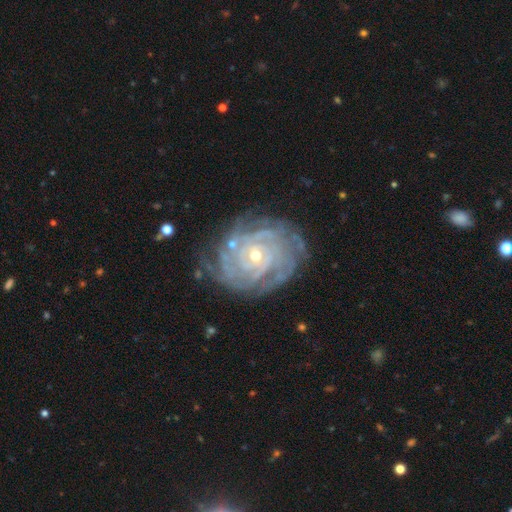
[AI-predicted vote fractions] Q: Smooth or featured?
A: featured or disk (89%); runner-up: star or artifact (5%)
Q: Edge-on disk?
A: no (97%); runner-up: yes (3%)
Q: Bar?
A: no (74%); runner-up: weak (19%)
Q: Spiral arms?
A: yes (97%); runner-up: no (3%)
Q: Spiral winding?
A: tight (82%); runner-up: medium (15%)
Q: Spiral arm count?
A: can't tell (29%); runner-up: 4 (21%)
Q: Bulge size?
A: small (58%); runner-up: moderate (39%)
Q: Merging?
A: none (74%); runner-up: minor disturbance (17%)